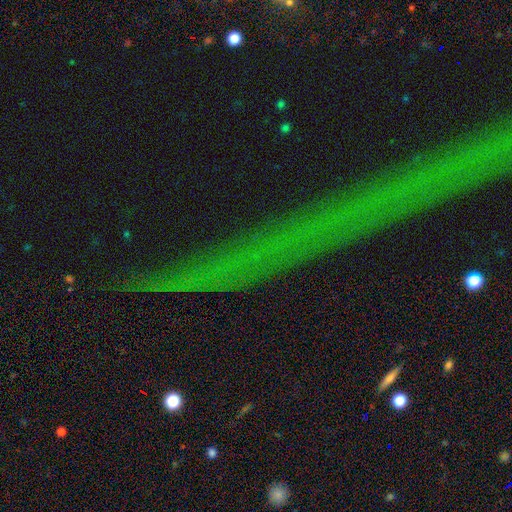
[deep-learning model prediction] smooth-or-featured: star or artifact: 79% | featured or disk: 11% | smooth: 9%